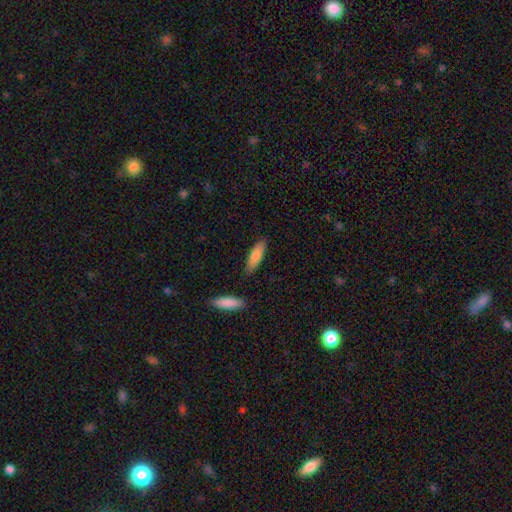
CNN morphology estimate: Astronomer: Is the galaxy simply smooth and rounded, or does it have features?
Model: smooth — 81%.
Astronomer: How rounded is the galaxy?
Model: cigar-shaped — 53% (runner-up: in between, 46%).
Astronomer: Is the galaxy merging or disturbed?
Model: none — 84%.